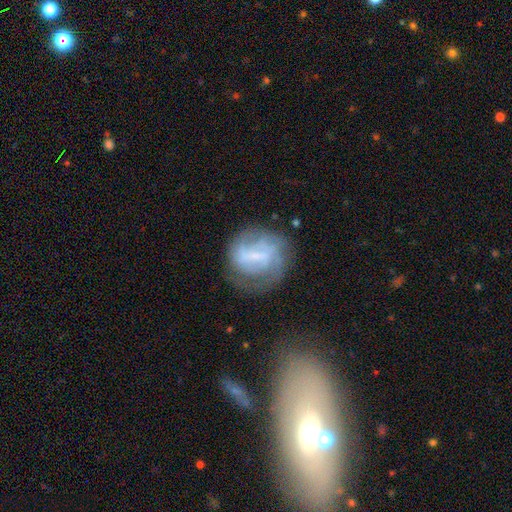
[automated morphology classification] The model was most divided on "bulge size": none: 40%, small: 38%, moderate: 16%, large: 4%, dominant: 1%. Remaining: edge-on disk — no (97%); spiral arms — yes (76%); smooth or featured — featured or disk (67%); merging — none (59%); bar — weak (42%).